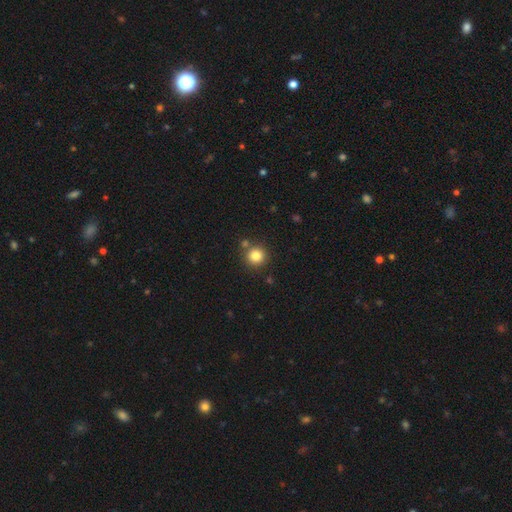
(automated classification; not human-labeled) The model was most divided on "merging": none: 80%, merger: 10%, minor disturbance: 7%, major disturbance: 2%. More confident: how rounded — round (94%); smooth or featured — smooth (83%).